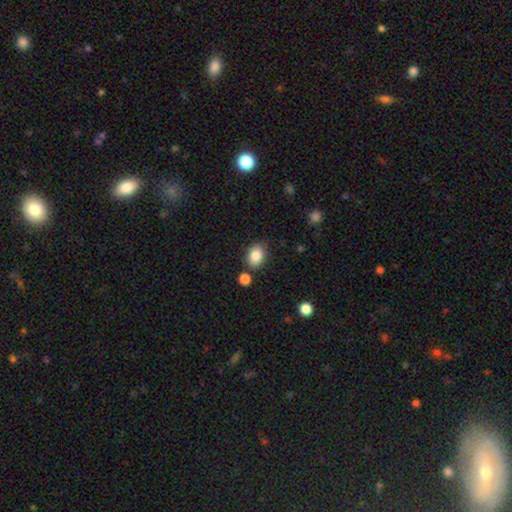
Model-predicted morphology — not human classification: Q: Smooth or featured?
A: smooth (85%); runner-up: star or artifact (9%)
Q: How rounded?
A: in between (67%); runner-up: round (32%)
Q: Merging?
A: none (79%); runner-up: minor disturbance (12%)